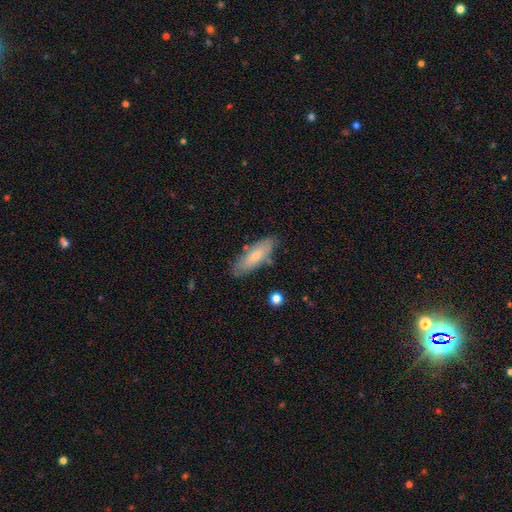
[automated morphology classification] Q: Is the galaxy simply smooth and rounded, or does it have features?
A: smooth — 69%.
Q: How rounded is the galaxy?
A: in between — 55%.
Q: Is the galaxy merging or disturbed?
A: none — 78%.